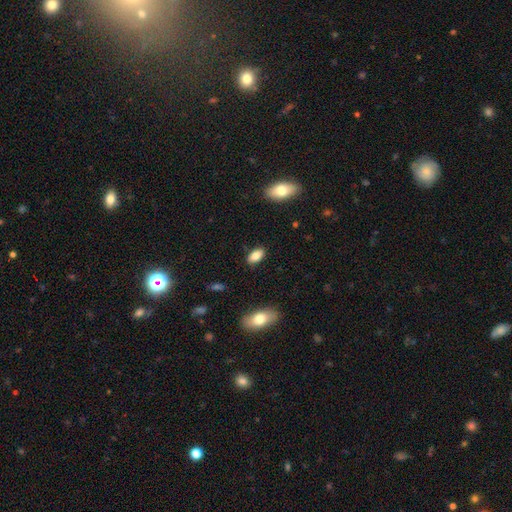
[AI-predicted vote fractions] Q: Smooth or featured?
A: smooth (84%); runner-up: featured or disk (8%)
Q: How rounded?
A: in between (91%); runner-up: cigar-shaped (6%)
Q: Merging?
A: none (87%); runner-up: minor disturbance (9%)